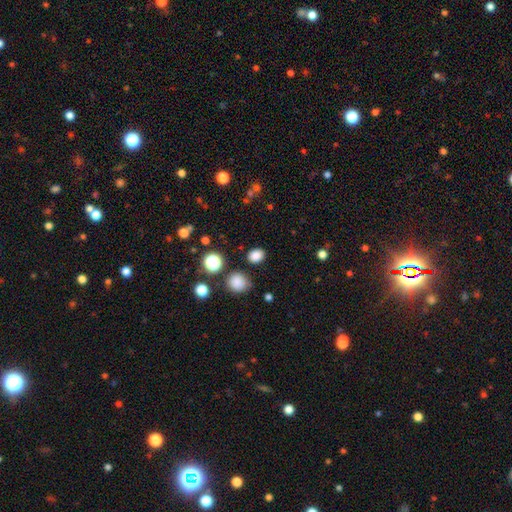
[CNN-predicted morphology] smooth_or_featured: smooth (p=0.83) [alt: star or artifact p=0.13]
how_rounded: in between (p=0.49) [tied with: round p=0.49]
merging: none (p=0.84) [alt: minor disturbance p=0.10]